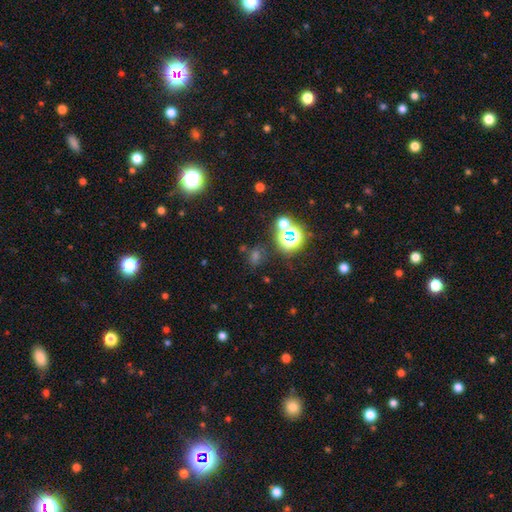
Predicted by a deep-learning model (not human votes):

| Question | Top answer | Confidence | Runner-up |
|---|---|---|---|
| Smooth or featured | star or artifact | 57% | smooth (35%) |